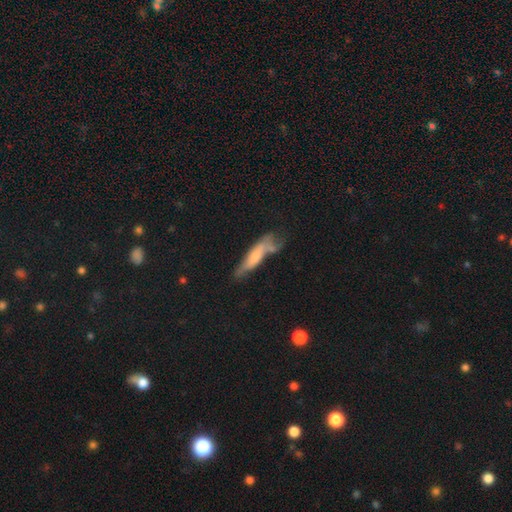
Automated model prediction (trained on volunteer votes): A smooth galaxy with no disk features (53%) that is cigar-shaped (71%).

Vote fractions:
- Smooth or featured? smooth: 53% / featured or disk: 40% / star or artifact: 8%
- How rounded? cigar-shaped: 71% / in between: 27% / round: 2%
- Merging? none: 38% / minor disturbance: 26% / major disturbance: 19% / merger: 17%